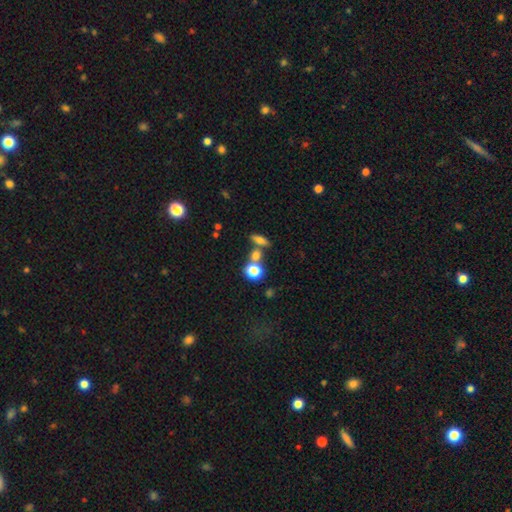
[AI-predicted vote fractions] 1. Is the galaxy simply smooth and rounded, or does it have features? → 68% smooth, 17% star or artifact, 15% featured or disk.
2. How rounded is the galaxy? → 55% round, 33% in between, 12% cigar-shaped.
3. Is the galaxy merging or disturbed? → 57% none, 29% merger, 9% minor disturbance, 5% major disturbance.